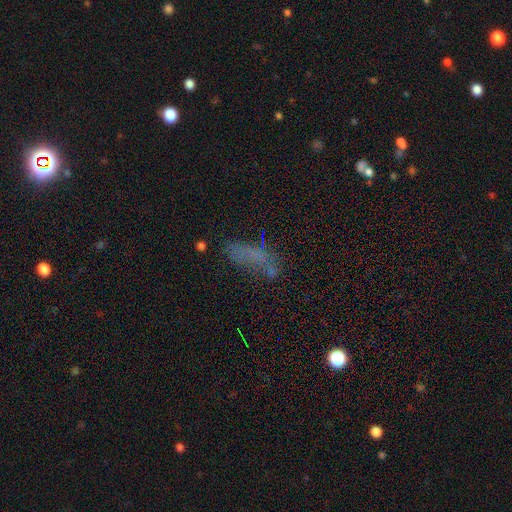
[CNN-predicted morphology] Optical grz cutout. It shows a smooth galaxy with no disk features (59%) that is in between round and cigar-shaped (55%). Merging: none (52%).